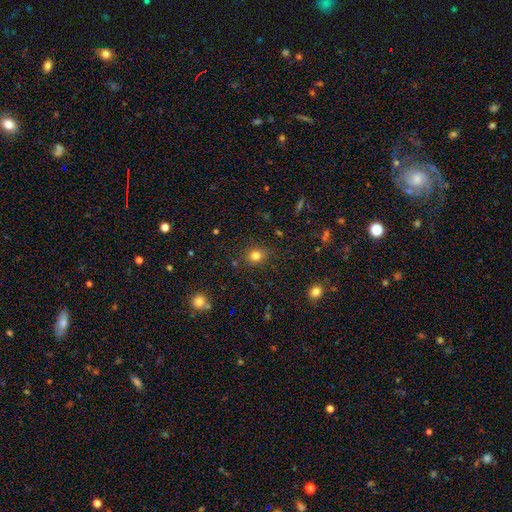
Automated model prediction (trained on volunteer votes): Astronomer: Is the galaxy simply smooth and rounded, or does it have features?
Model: smooth — 79%.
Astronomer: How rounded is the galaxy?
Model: round — 77%.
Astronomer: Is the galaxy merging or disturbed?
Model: none — 84%.